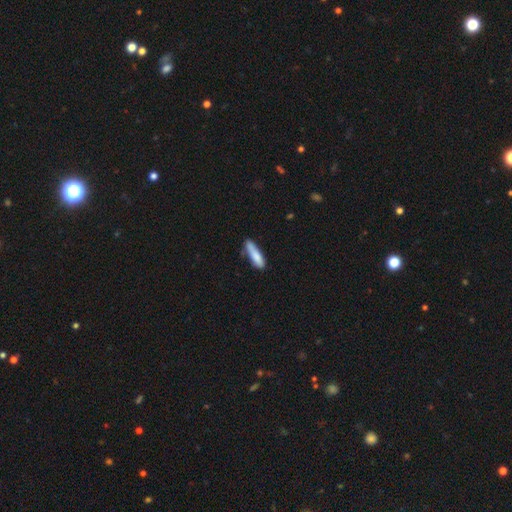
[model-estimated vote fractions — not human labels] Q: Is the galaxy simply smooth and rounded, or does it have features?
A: smooth — 82%.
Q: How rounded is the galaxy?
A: cigar-shaped — 72%.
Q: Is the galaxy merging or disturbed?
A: none — 65%.